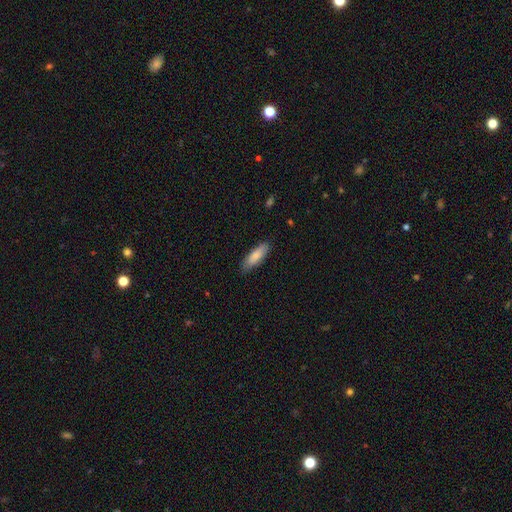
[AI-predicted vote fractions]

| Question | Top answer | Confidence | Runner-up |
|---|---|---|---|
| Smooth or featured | smooth | 82% | featured or disk (12%) |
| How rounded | in between | 56% | cigar-shaped (42%) |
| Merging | none | 82% | minor disturbance (14%) |